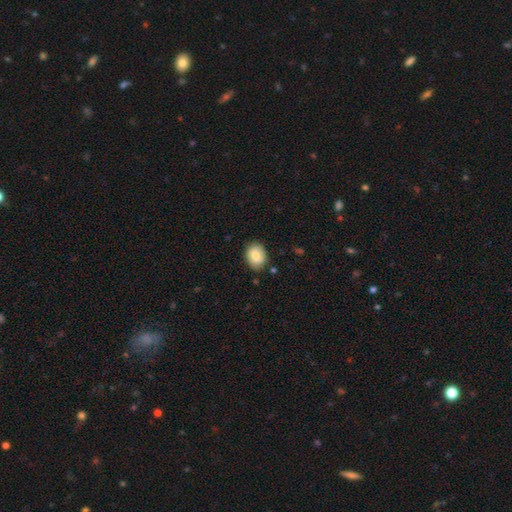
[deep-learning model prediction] A smooth galaxy with no disk features (78%) that is in between round and cigar-shaped (60%). Merging: none (80%).